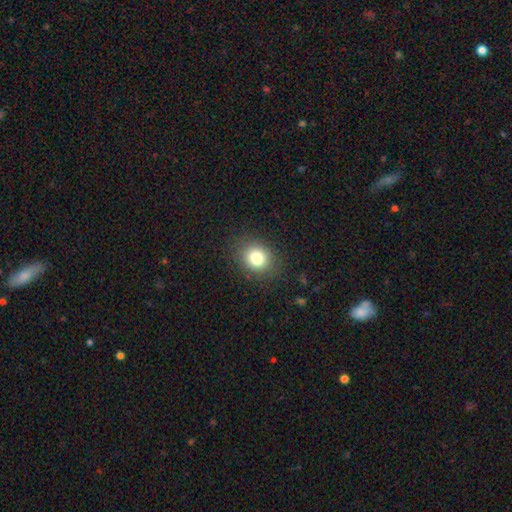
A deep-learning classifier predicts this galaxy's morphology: Smooth or featured?
  - smooth: 81% *
  - star or artifact: 12%
  - featured or disk: 7%
How rounded?
  - round: 65% *
  - in between: 34%
  - cigar-shaped: 1%
Merging?
  - none: 88% *
  - minor disturbance: 8%
  - major disturbance: 3%
  - merger: 1%